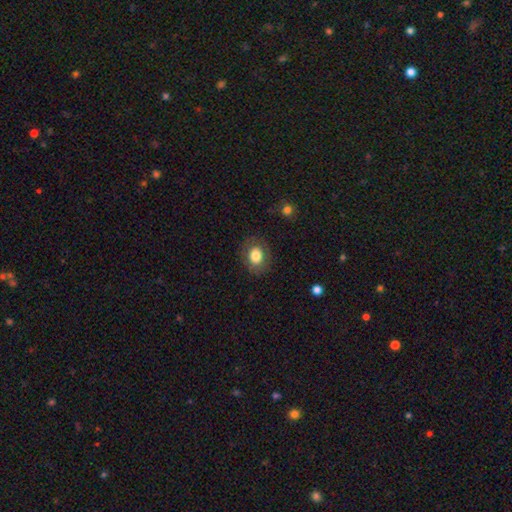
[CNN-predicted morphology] Smooth or featured? smooth (78%)
How rounded? round (52%)
Merging? none (83%)